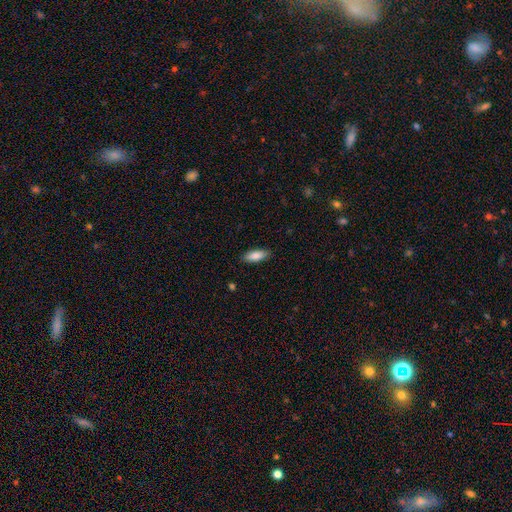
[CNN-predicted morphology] Smooth or featured? smooth (87%)
How rounded? in between (75%)
Merging? none (87%)